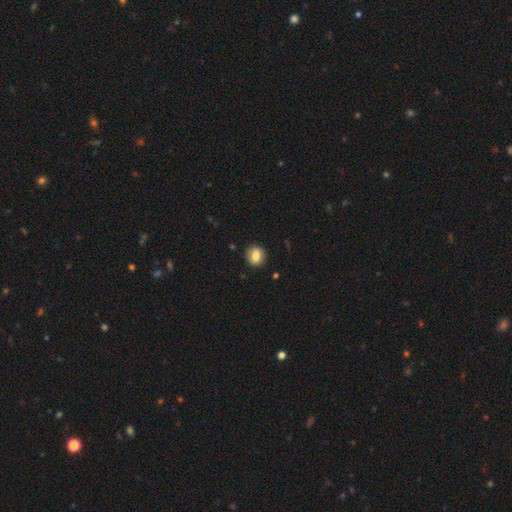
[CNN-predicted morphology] Smooth or featured? Predicted: smooth (p=0.76). How rounded? Predicted: round (p=0.77). Merging? Predicted: none (p=0.88).